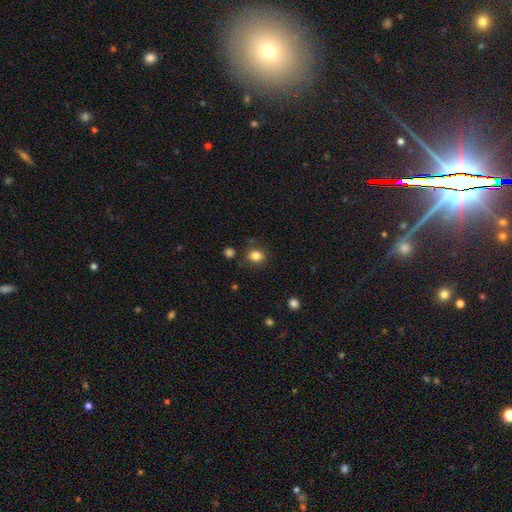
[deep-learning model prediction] Smooth or featured: smooth — 83% (star or artifact — 10%)
How rounded: in between — 56% (round — 43%)
Merging: none — 79% (minor disturbance — 14%)